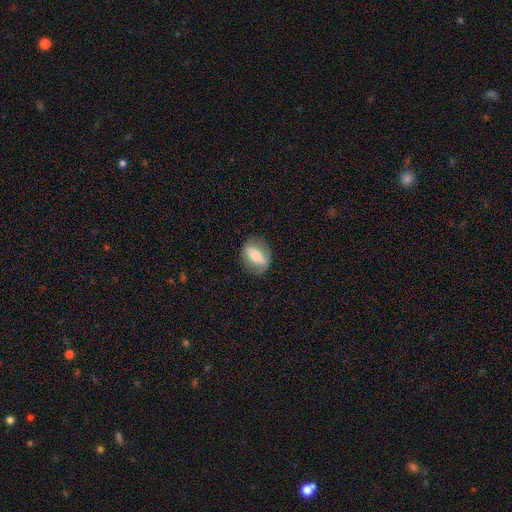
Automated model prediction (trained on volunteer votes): Q: Smooth or featured?
A: smooth (48%); runner-up: featured or disk (45%)
Q: Merging?
A: none (79%); runner-up: minor disturbance (14%)